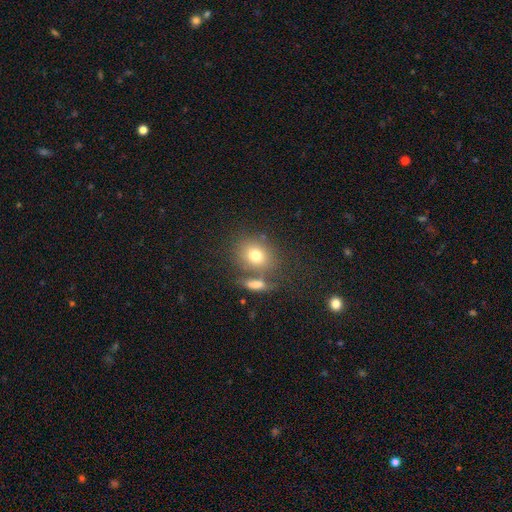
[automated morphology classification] The model was most divided on "how rounded": round: 59%, in between: 39%, cigar-shaped: 1%. More confident: smooth or featured — smooth (74%); merging — none (58%).